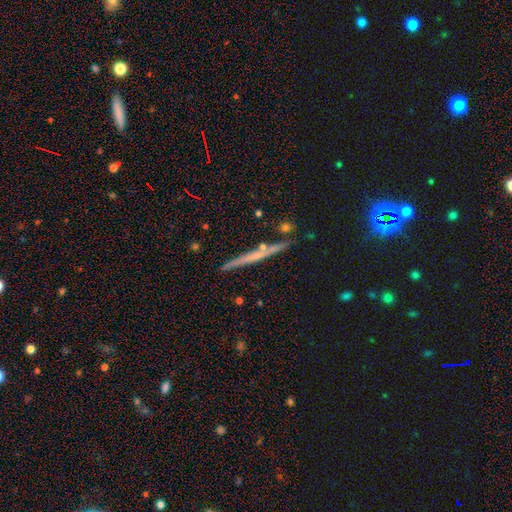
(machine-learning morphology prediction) Smooth or featured? Predicted: featured or disk (p=0.60). Edge-on disk? Predicted: yes (p=0.97). Edge-on bulge? Predicted: none (p=0.69). Merging? Predicted: none (p=0.86).